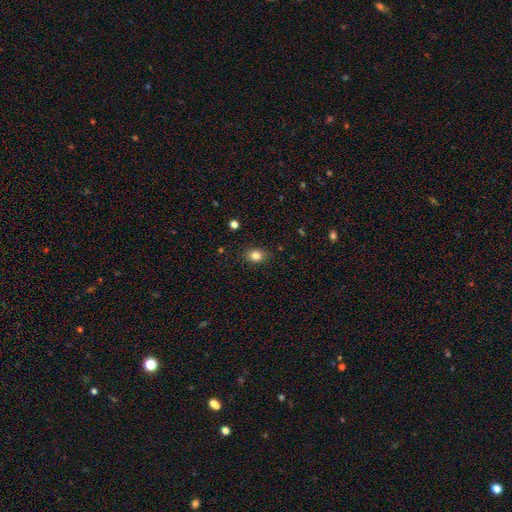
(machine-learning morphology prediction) A smooth galaxy with no disk features (83%) that is in between round and cigar-shaped (52%). Merging: none (87%).